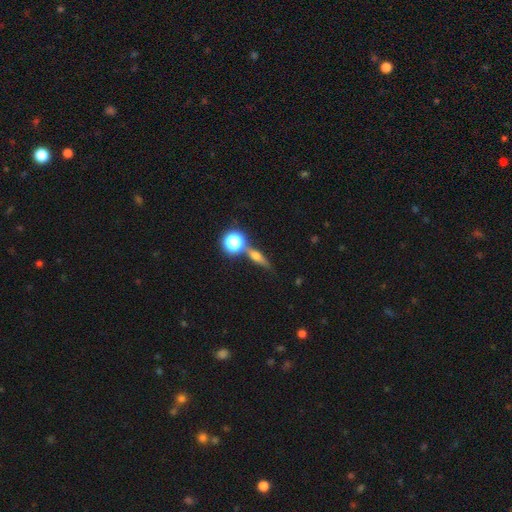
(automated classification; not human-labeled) Overall: featured or disk (42%; smooth 39%). Merging: none (72%).